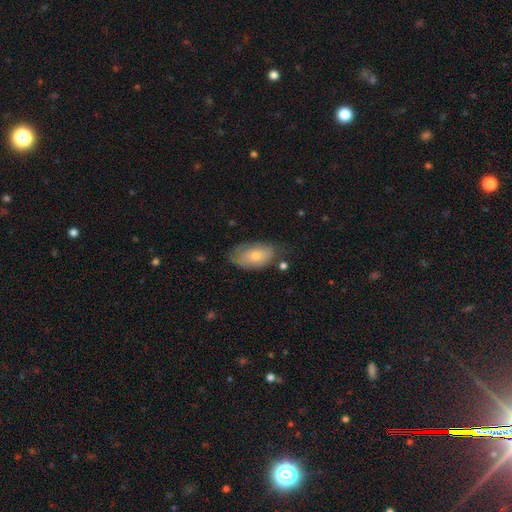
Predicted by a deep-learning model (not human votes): smooth_or_featured: smooth (p=0.65) [alt: featured or disk p=0.28]
how_rounded: in between (p=0.92) [alt: round p=0.05]
merging: none (p=0.60) [alt: minor disturbance p=0.30]